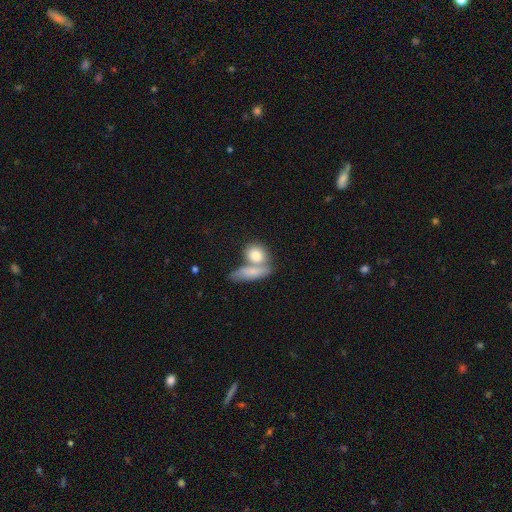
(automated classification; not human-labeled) A smooth galaxy with no disk features (80%) that is in between round and cigar-shaped (48%).

Vote fractions:
- Smooth or featured? smooth: 80% / featured or disk: 13% / star or artifact: 6%
- How rounded? in between: 48% / round: 43% / cigar-shaped: 9%
- Merging? merger: 44% / none: 40% / minor disturbance: 11% / major disturbance: 5%